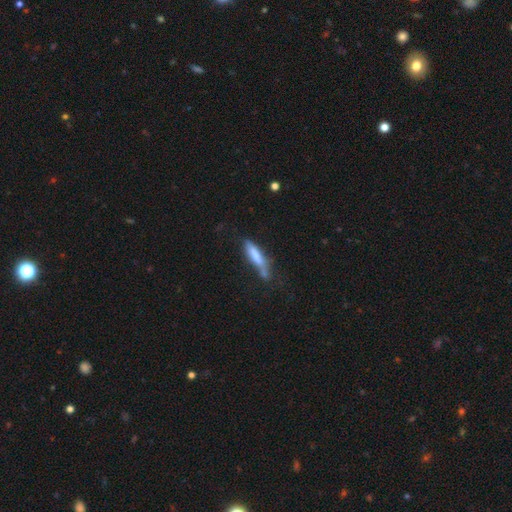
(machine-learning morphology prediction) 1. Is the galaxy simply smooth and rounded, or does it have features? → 68% smooth, 25% featured or disk, 7% star or artifact.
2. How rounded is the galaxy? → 78% cigar-shaped, 21% in between, 2% round.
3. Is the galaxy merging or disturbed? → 46% none, 29% minor disturbance, 13% major disturbance, 12% merger.